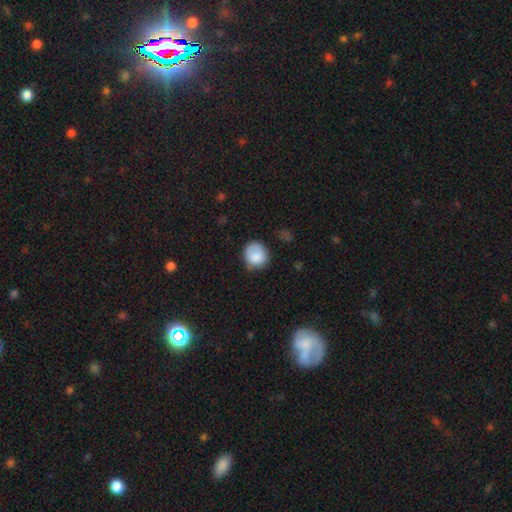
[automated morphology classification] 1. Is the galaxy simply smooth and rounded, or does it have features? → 85% smooth, 8% featured or disk, 8% star or artifact.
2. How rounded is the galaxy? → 82% round, 18% in between, 1% cigar-shaped.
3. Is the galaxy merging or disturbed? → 66% none, 25% minor disturbance, 7% major disturbance, 2% merger.